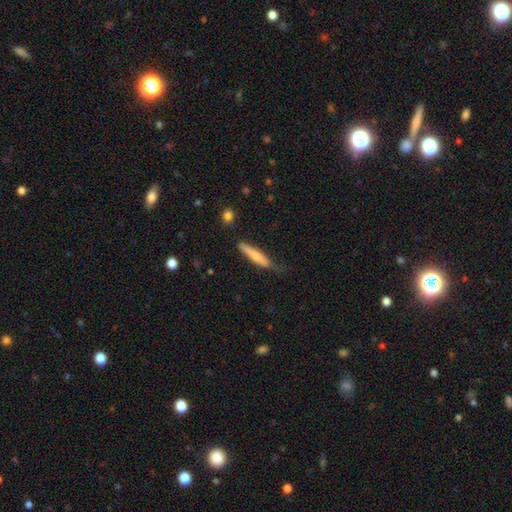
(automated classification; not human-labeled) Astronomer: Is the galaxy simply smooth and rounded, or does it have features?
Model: smooth — 64%.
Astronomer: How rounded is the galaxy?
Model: cigar-shaped — 86%.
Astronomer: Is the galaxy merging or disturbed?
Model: none — 55% (runner-up: minor disturbance, 32%).